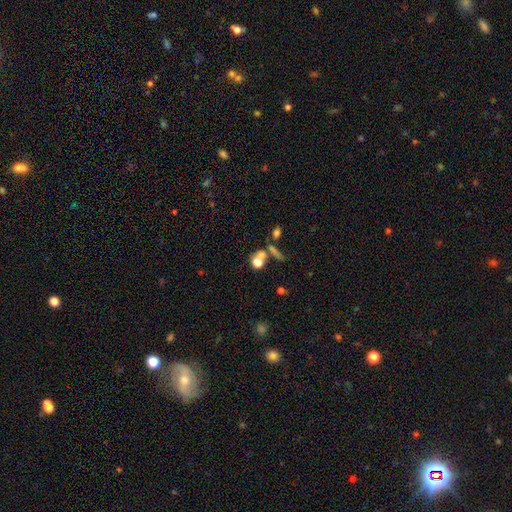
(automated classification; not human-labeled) A smooth galaxy with no disk features (42%).

Vote fractions:
- Smooth or featured? smooth: 42% / star or artifact: 38% / featured or disk: 20%
- Merging? none: 54% / merger: 27% / minor disturbance: 10% / major disturbance: 8%